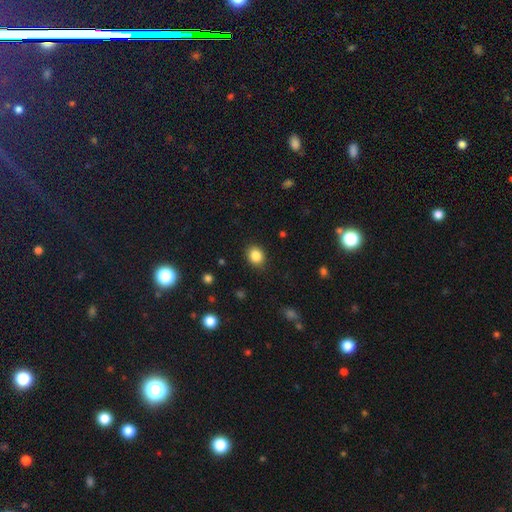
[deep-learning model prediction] Q: Smooth or featured?
A: smooth (85%); runner-up: star or artifact (10%)
Q: How rounded?
A: round (63%); runner-up: in between (36%)
Q: Merging?
A: none (87%); runner-up: minor disturbance (9%)